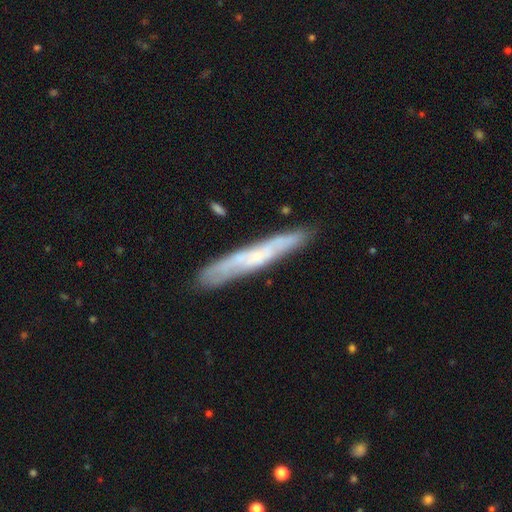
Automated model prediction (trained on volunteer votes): Smooth or featured: featured or disk — 59% (smooth — 34%)
Edge-on disk: yes — 75% (no — 25%)
Merging: none — 84% (minor disturbance — 12%)